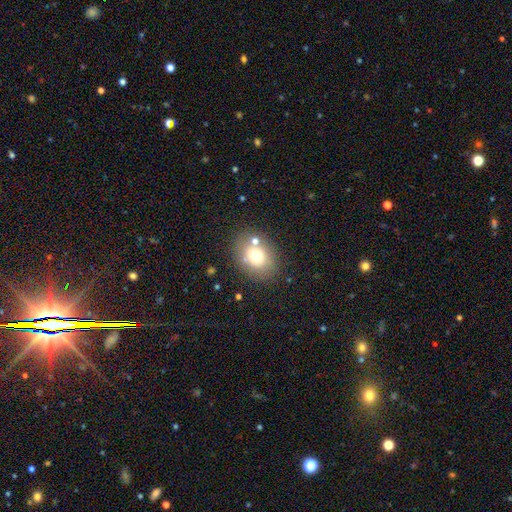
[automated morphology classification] A smooth galaxy with no disk features (68%) that is in between round and cigar-shaped (50%). Merging: none (71%).